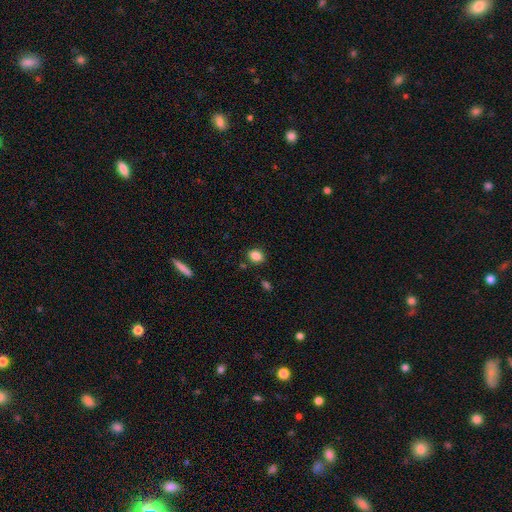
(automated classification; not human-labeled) Overall: smooth (86%). How rounded: in between (54%; round 45%). Merging: none (85%).